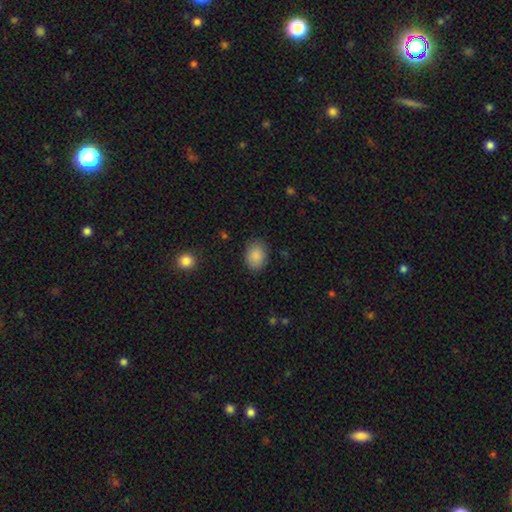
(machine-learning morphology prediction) A smooth galaxy with no disk features (88%) that is in between round and cigar-shaped (65%).

Vote fractions:
- Smooth or featured? smooth: 88% / star or artifact: 8% / featured or disk: 4%
- How rounded? in between: 65% / round: 34% / cigar-shaped: 1%
- Merging? none: 84% / minor disturbance: 12% / major disturbance: 3% / merger: 1%